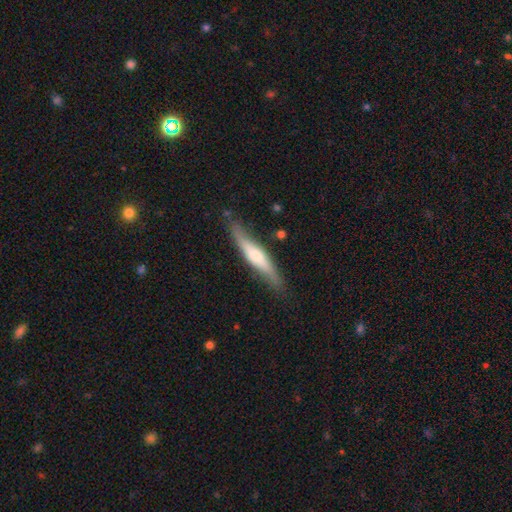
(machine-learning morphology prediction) Q: Smooth or featured?
A: featured or disk (50%); runner-up: smooth (44%)
Q: Edge-on disk?
A: yes (86%); runner-up: no (14%)
Q: Merging?
A: none (78%); runner-up: minor disturbance (16%)